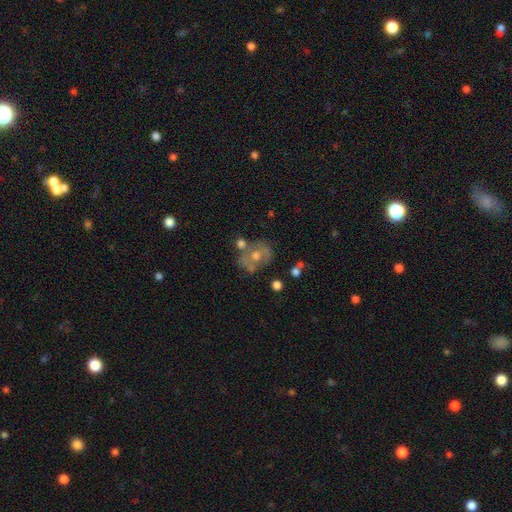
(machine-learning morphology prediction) Smooth or featured?
  - featured or disk: 54% *
  - smooth: 32%
  - star or artifact: 14%
Edge-on disk?
  - no: 95% *
  - yes: 5%
Bar?
  - no: 79% *
  - weak: 16%
  - strong: 5%
Spiral arms?
  - no: 63% *
  - yes: 37%
Bulge size?
  - moderate: 68% *
  - small: 23%
  - large: 5%
  - none: 3%
  - dominant: 1%
Merging?
  - none: 60% *
  - minor disturbance: 17%
  - merger: 14%
  - major disturbance: 9%